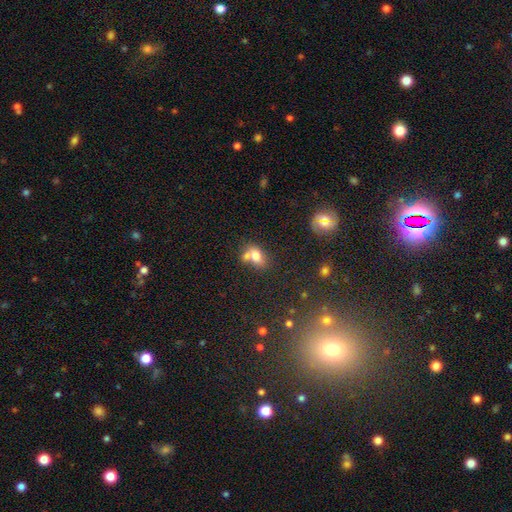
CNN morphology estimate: Smooth or featured: smooth — 73% (featured or disk — 16%)
How rounded: in between — 71% (round — 27%)
Merging: merger — 53% (none — 32%)